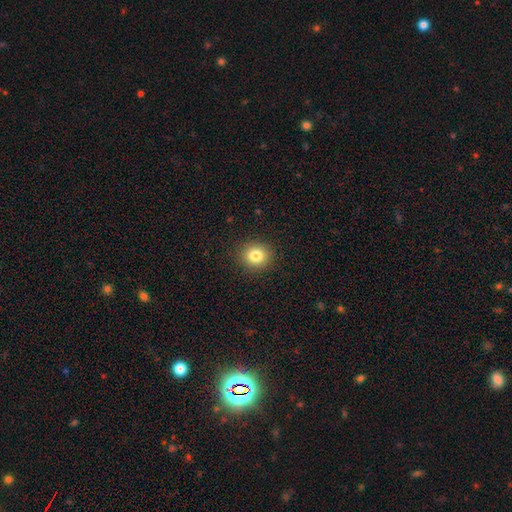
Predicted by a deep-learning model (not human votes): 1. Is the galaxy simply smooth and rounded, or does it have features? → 82% smooth, 11% star or artifact, 7% featured or disk.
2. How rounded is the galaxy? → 82% round, 17% in between, 1% cigar-shaped.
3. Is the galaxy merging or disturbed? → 90% none, 7% minor disturbance, 2% major disturbance, 1% merger.